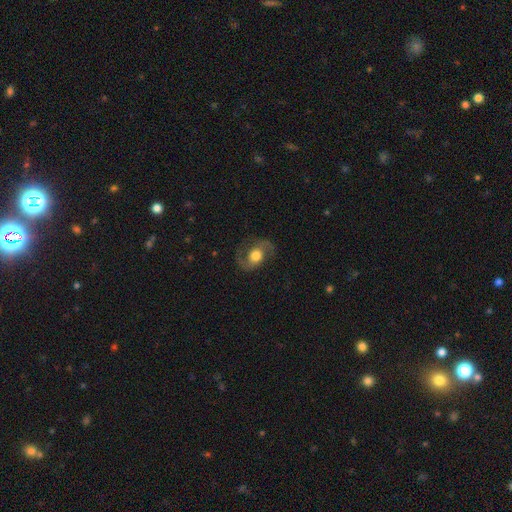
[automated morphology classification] Smooth or featured: featured or disk — 71% (smooth — 22%)
Edge-on disk: no — 96% (yes — 4%)
Bar: no — 66% (weak — 26%)
Spiral arms: yes — 88% (no — 12%)
Spiral winding: medium — 46% (loose — 43%)
Spiral arm count: 2 — 92% (can't tell — 3%)
Bulge size: moderate — 49% (large — 40%)
Merging: none — 76% (minor disturbance — 14%)